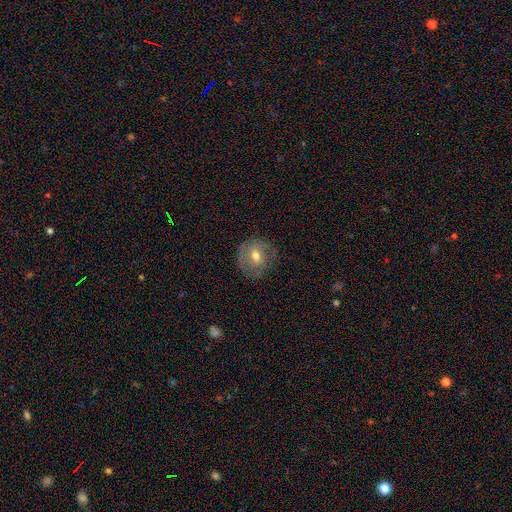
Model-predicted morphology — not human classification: This is possibly a featured or disk galaxy (45%, tied with smooth). Merging: likely none (75%).